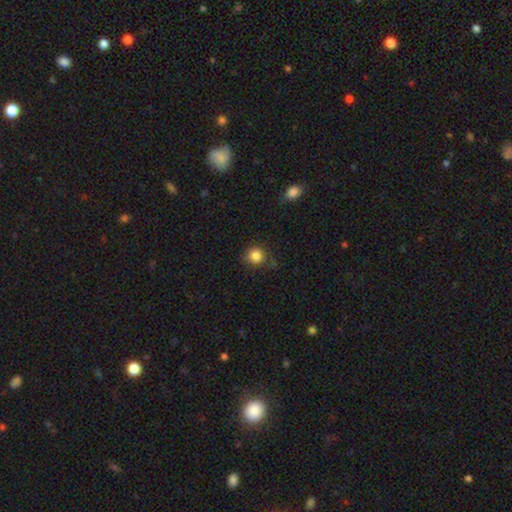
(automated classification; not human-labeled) A smooth galaxy with no disk features (84%) that is round (86%). Merging: none (72%).